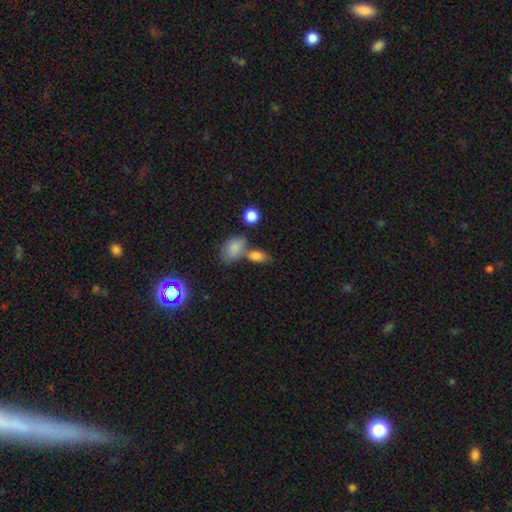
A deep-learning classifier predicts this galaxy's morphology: A smooth galaxy with no disk features (80%) that is in between round and cigar-shaped (86%).

Vote fractions:
- Smooth or featured? smooth: 80% / featured or disk: 10% / star or artifact: 10%
- How rounded? in between: 86% / round: 10% / cigar-shaped: 4%
- Merging? none: 46% / merger: 35% / minor disturbance: 13% / major disturbance: 5%